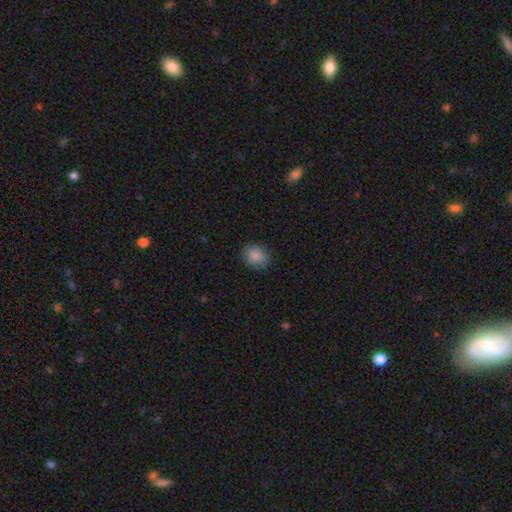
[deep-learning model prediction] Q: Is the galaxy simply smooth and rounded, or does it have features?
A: smooth — 86%.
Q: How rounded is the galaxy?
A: round — 69%.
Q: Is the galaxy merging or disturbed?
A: none — 83%.